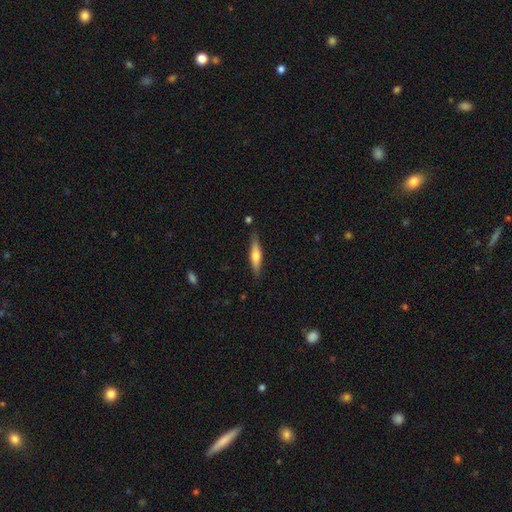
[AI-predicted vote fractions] Smooth or featured? smooth (53%)
How rounded? cigar-shaped (82%)
Merging? none (85%)